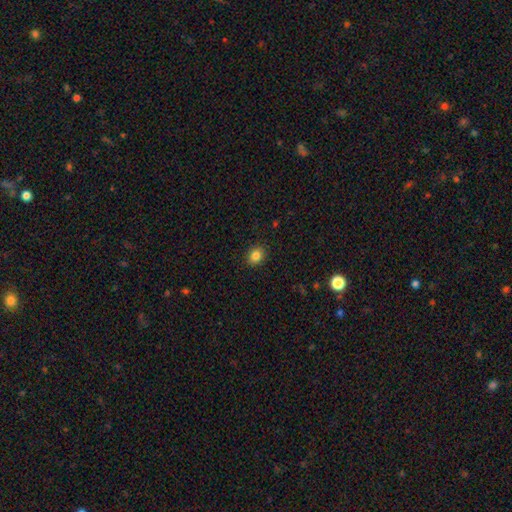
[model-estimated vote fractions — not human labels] smooth 84%, star or artifact 11%, featured or disk 5%. Down the decision tree: how rounded — round (62%); merging — none (90%).